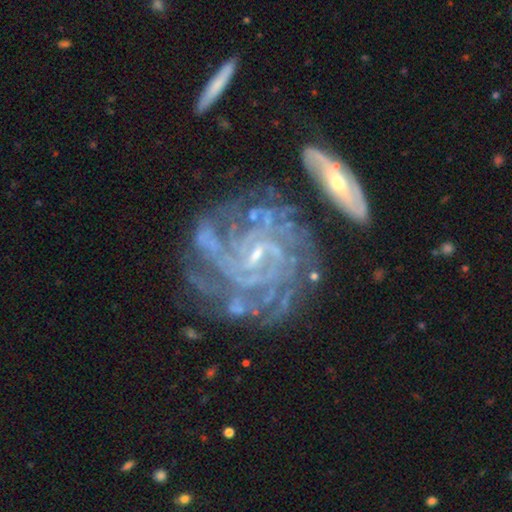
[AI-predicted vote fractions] smooth_or_featured: featured or disk (p=0.88) [alt: star or artifact p=0.07]
disk_edge_on: no (p=0.97) [alt: yes p=0.03]
bar: weak (p=0.46) [alt: no p=0.32]
has_spiral_arms: yes (p=0.96) [alt: no p=0.04]
spiral_winding: tight (p=0.73) [alt: medium p=0.22]
spiral_arm_count: can't tell (p=0.29) [alt: 4 p=0.24]
bulge_size: small (p=0.75) [alt: moderate p=0.15]
merging: none (p=0.56) [alt: minor disturbance p=0.21]